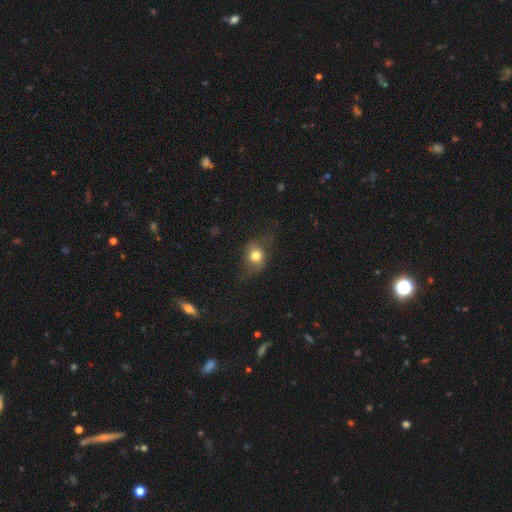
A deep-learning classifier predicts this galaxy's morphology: Smooth or featured? smooth (70%)
How rounded? round (60%)
Merging? none (61%)